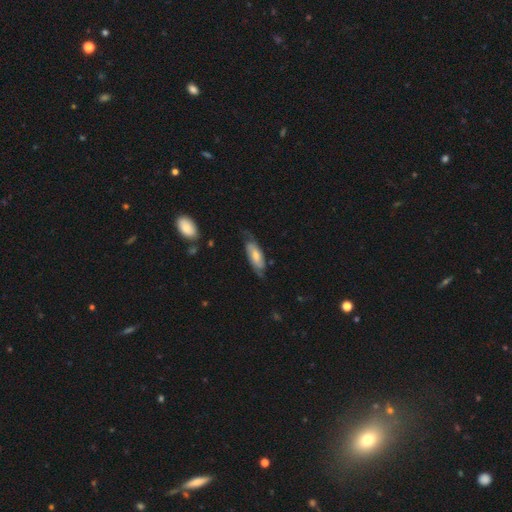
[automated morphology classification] Overall: featured or disk (54%; smooth 40%). Edge-on disk: no (82%). Merging: none (63%; minor disturbance 26%).